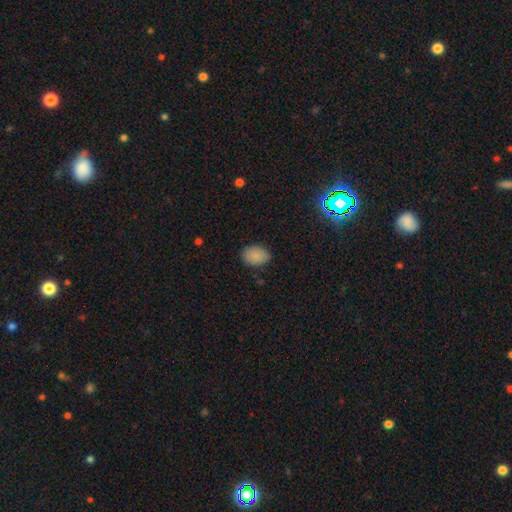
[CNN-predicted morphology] smooth-or-featured: smooth: 87% | star or artifact: 9% | featured or disk: 4%
  how-rounded: in between: 78% | round: 21% | cigar-shaped: 1%
  merging: none: 84% | minor disturbance: 12% | major disturbance: 3% | merger: 1%